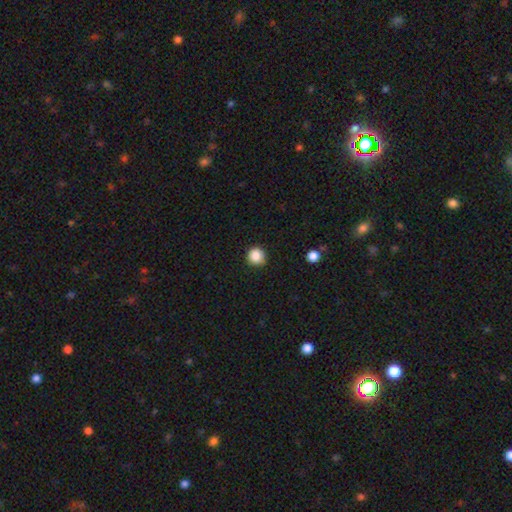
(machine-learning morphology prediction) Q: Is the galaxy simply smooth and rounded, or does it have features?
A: smooth — 87%.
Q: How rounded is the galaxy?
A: round — 93%.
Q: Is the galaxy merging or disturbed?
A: none — 88%.